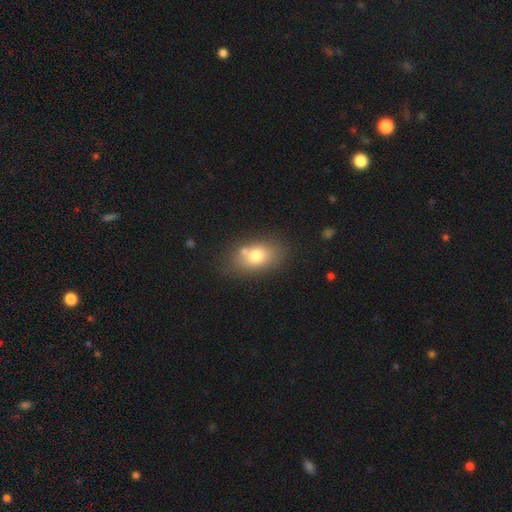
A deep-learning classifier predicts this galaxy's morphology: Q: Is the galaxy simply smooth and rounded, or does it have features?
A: smooth — 74%.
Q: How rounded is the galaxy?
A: in between — 81%.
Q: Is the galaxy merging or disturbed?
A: none — 67%.